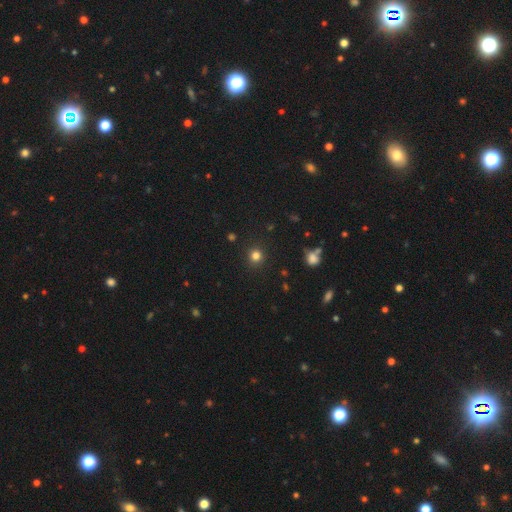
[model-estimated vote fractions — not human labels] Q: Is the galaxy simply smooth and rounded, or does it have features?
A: smooth — 81%.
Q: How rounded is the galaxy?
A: round — 92%.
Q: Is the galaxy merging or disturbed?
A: none — 90%.